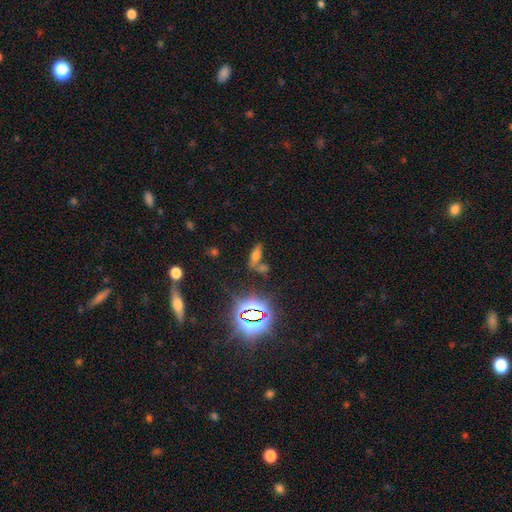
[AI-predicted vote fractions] smooth_or_featured: smooth (p=0.52) [alt: star or artifact p=0.31]
how_rounded: in between (p=0.63) [alt: cigar-shaped p=0.30]
merging: none (p=0.50) [alt: merger p=0.31]